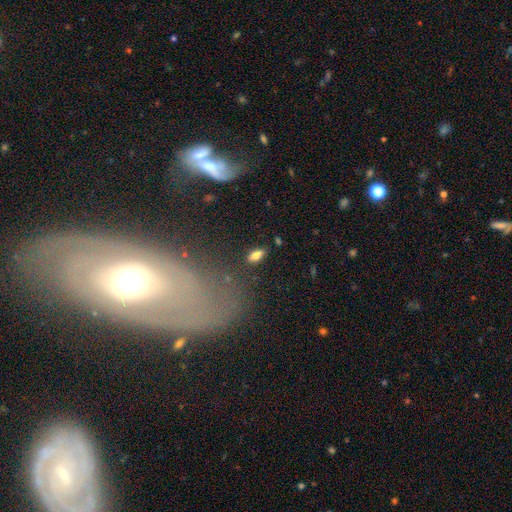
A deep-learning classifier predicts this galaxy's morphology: type=smooth (76%); roundness=in between (85%); merging=none (83%).